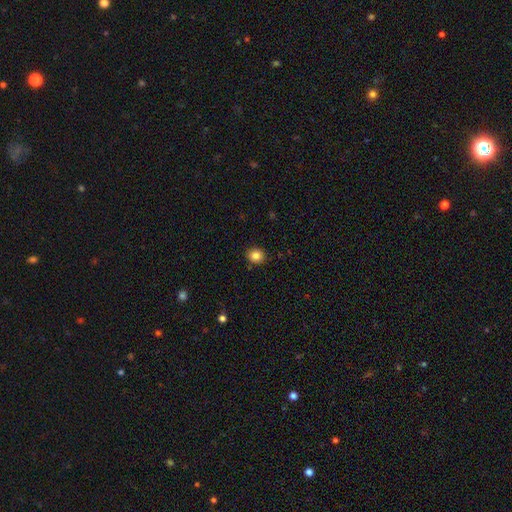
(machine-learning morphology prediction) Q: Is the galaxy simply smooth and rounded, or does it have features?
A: smooth — 84%.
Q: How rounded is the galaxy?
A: round — 73%.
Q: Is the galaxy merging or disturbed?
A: none — 89%.